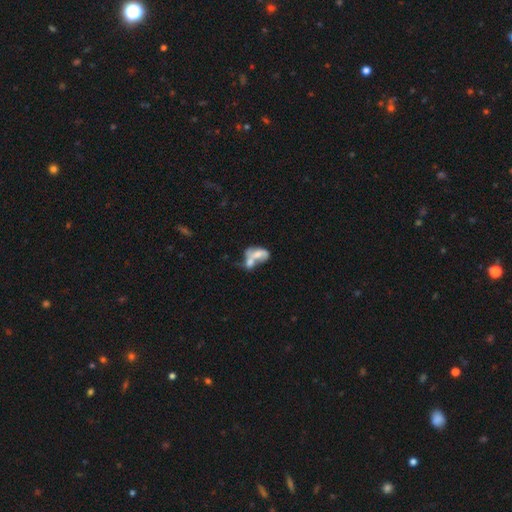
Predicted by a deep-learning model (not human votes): This appears to be a featured or disk galaxy (46%). Merging: merger (65%).